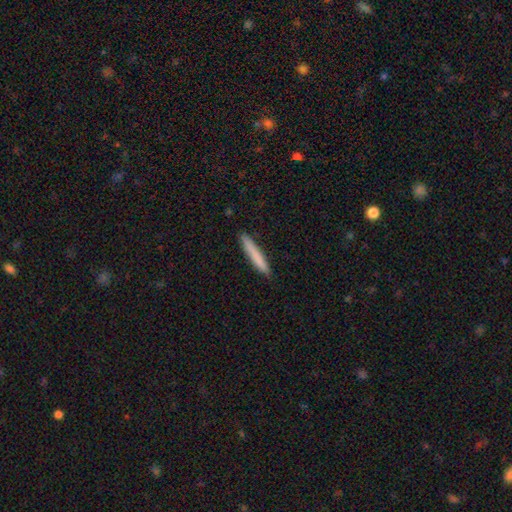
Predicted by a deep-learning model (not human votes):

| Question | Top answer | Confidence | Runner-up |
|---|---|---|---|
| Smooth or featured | smooth | 79% | featured or disk (15%) |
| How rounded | cigar-shaped | 96% | in between (3%) |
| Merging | none | 90% | minor disturbance (7%) |